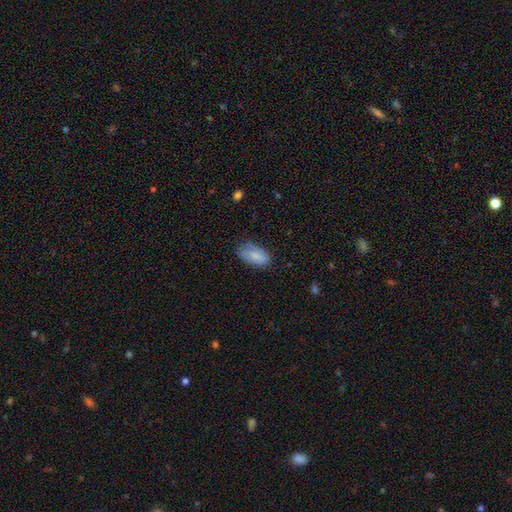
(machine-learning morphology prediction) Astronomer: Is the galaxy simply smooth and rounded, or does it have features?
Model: smooth — 83%.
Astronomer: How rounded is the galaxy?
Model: in between — 94%.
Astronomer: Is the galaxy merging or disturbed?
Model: none — 72%.